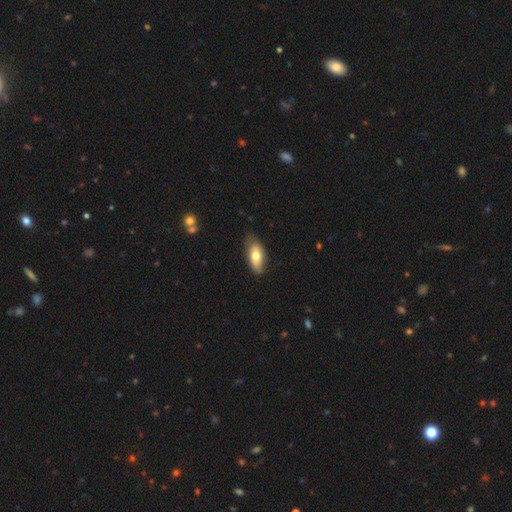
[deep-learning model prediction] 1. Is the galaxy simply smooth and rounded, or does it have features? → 68% smooth, 25% featured or disk, 6% star or artifact.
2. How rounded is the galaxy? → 84% in between, 13% cigar-shaped, 3% round.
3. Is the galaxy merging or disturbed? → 74% none, 21% minor disturbance, 3% major disturbance, 1% merger.